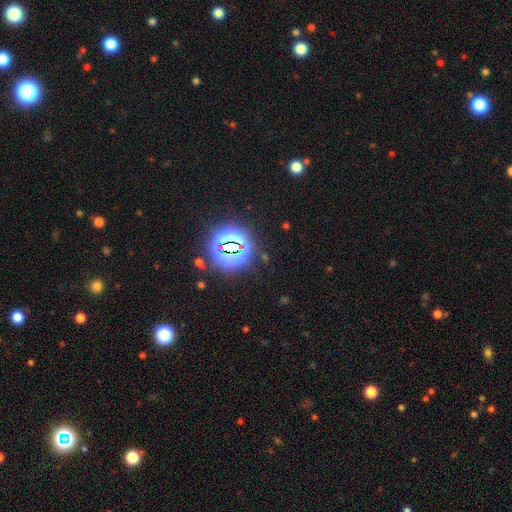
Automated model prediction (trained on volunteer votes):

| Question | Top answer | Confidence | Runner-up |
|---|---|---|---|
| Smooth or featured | star or artifact | 77% | smooth (16%) |